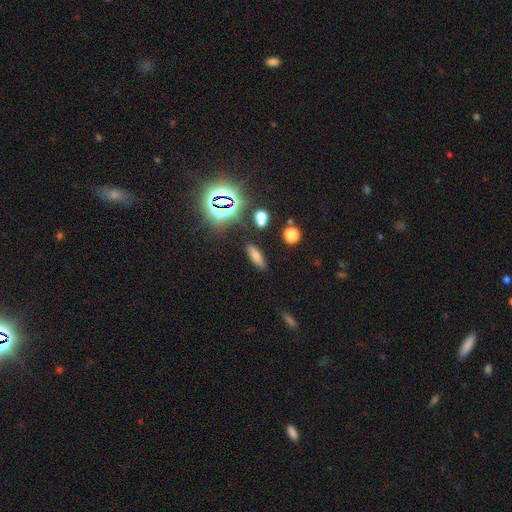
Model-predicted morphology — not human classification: A smooth galaxy with no disk features (66%) that is in between round and cigar-shaped (52%). Merging: none (83%).